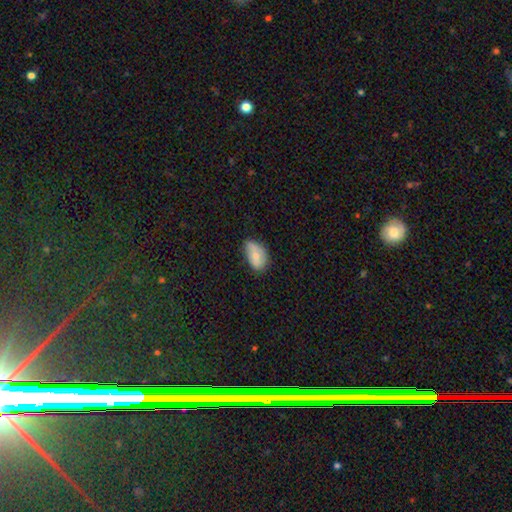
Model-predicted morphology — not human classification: Q: Smooth or featured?
A: smooth (73%); runner-up: featured or disk (20%)
Q: How rounded?
A: in between (90%); runner-up: round (8%)
Q: Merging?
A: none (54%); runner-up: minor disturbance (37%)